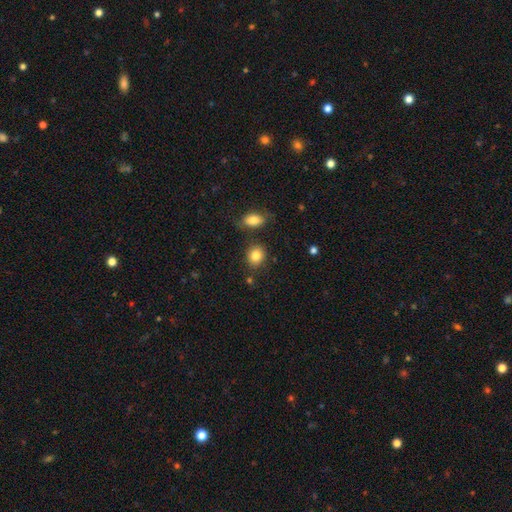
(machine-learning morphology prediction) Smooth or featured?
  - smooth: 83% *
  - star or artifact: 9%
  - featured or disk: 7%
How rounded?
  - round: 69% *
  - in between: 30%
  - cigar-shaped: 1%
Merging?
  - none: 80% *
  - minor disturbance: 10%
  - merger: 7%
  - major disturbance: 3%